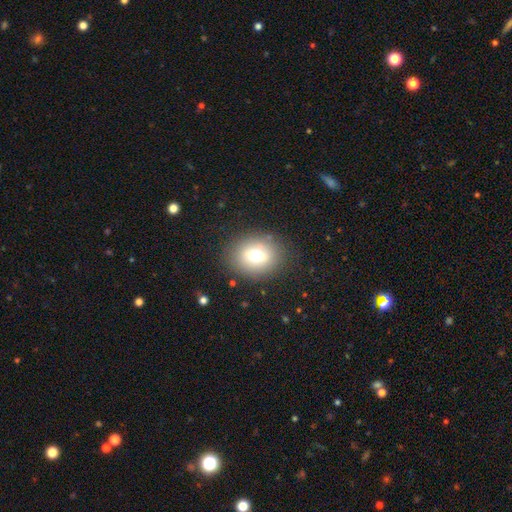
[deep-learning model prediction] This appears to be a smooth galaxy with no disk features (67%) that is round (56%). Merging: none (82%).